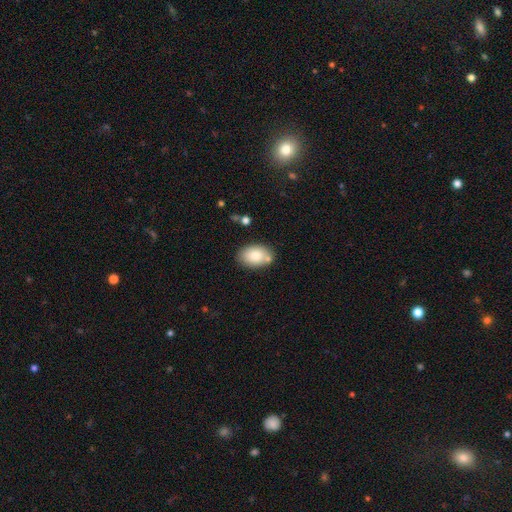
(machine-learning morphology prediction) Smooth or featured? Predicted: smooth (p=0.82). How rounded? Predicted: in between (p=0.88). Merging? Predicted: none (p=0.76).